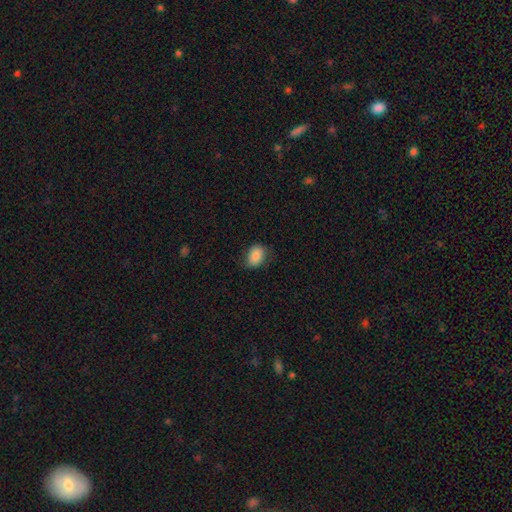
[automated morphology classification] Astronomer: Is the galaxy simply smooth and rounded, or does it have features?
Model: smooth — 85%.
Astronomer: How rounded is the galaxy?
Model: in between — 74%.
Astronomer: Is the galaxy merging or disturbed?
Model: none — 73%.